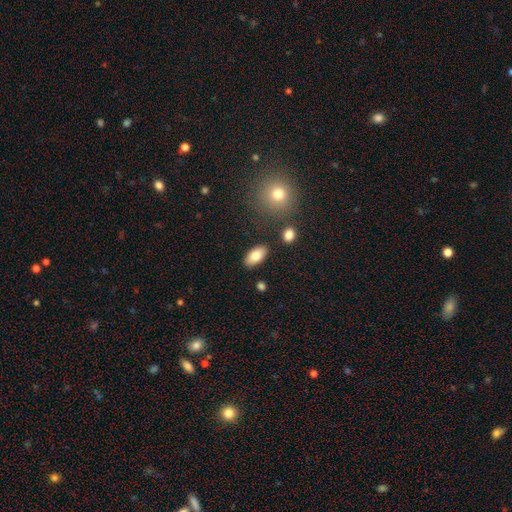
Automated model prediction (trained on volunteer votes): This is clearly a smooth galaxy (80%). How rounded: clearly in between (93%). Merging: clearly none (86%).